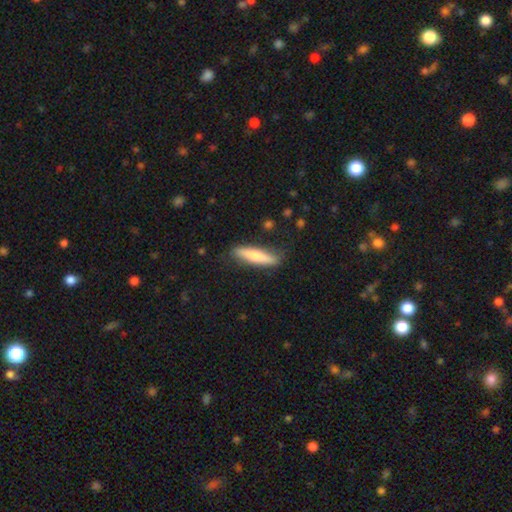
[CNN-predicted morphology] This appears to be a smooth galaxy with no disk features (70%) that is cigar-shaped (84%). Merging: none (83%).